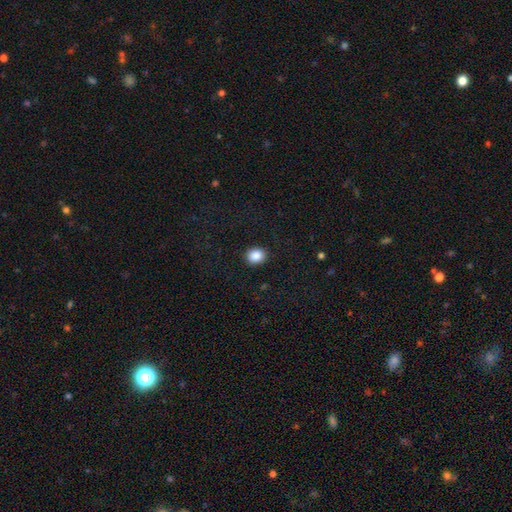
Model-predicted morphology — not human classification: Smooth or featured? smooth (87%)
How rounded? round (69%)
Merging? none (91%)